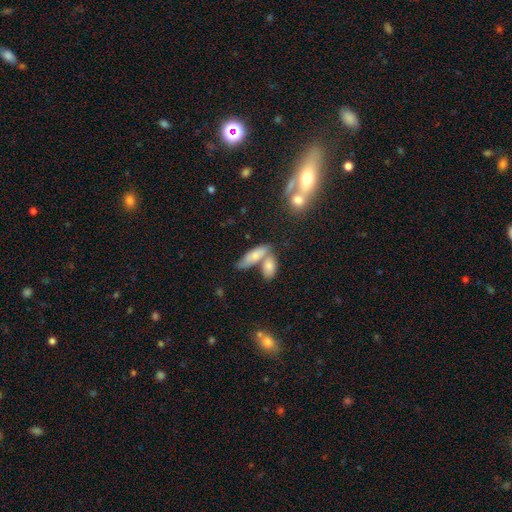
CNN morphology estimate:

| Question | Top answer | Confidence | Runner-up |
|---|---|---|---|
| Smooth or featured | smooth | 72% | featured or disk (21%) |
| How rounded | in between | 67% | cigar-shaped (29%) |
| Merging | merger | 46% | none (38%) |